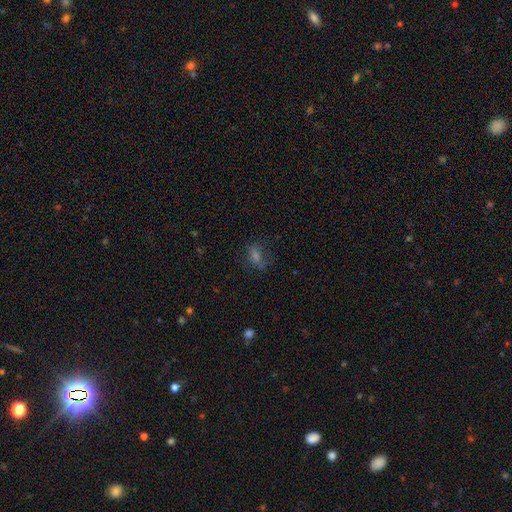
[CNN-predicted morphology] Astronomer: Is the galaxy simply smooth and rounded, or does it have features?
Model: smooth — 51% (runner-up: star or artifact, 29%).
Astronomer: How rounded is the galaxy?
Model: in between — 72%.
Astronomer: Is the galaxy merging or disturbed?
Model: none — 64%.